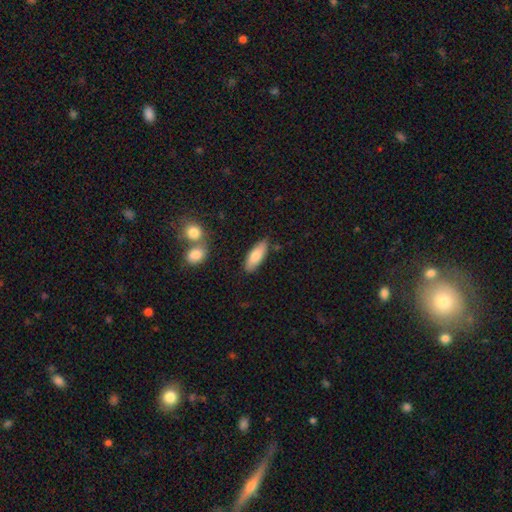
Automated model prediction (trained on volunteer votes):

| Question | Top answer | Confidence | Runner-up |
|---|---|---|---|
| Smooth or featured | smooth | 79% | featured or disk (15%) |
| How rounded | in between | 66% | cigar-shaped (32%) |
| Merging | none | 81% | minor disturbance (12%) |